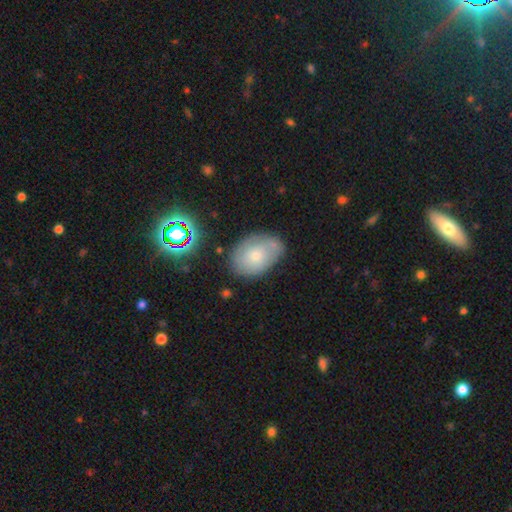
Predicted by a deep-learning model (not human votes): The model was most divided on "smooth or featured": smooth: 51%, featured or disk: 38%, star or artifact: 11%. More confident: how rounded — in between (79%); merging — none (66%).